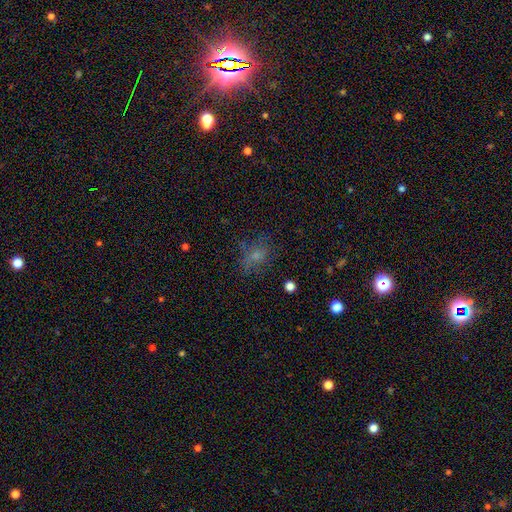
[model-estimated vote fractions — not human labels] Morphology: type=smooth (59%); roundness=in between (53%); merging=none (61%).